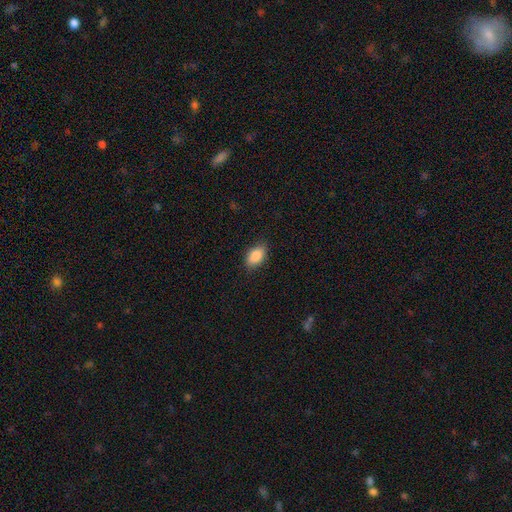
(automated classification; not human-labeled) Smooth or featured? Predicted: smooth (p=0.87). How rounded? Predicted: in between (p=0.90). Merging? Predicted: none (p=0.84).